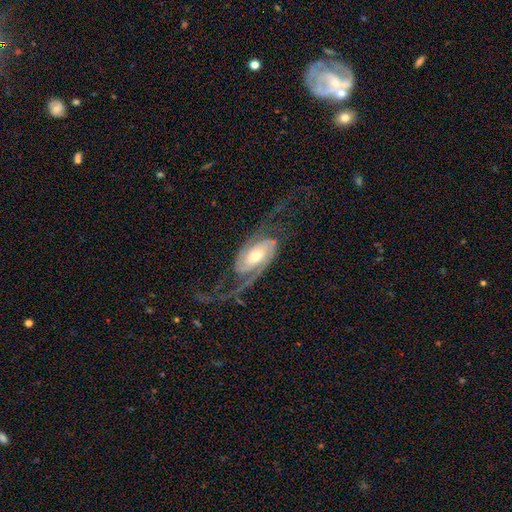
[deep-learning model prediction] Smooth or featured: featured or disk — 88% (smooth — 7%)
Edge-on disk: no — 96% (yes — 4%)
Bar: no — 46% (weak — 33%)
Spiral arms: yes — 97% (no — 3%)
Spiral winding: loose — 43% (medium — 37%)
Spiral arm count: 2 — 87% (1 — 4%)
Bulge size: moderate — 59% (small — 32%)
Merging: none — 56% (major disturbance — 29%)